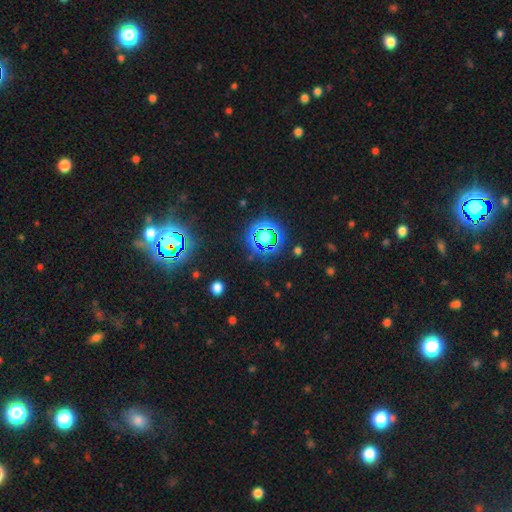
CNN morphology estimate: Smooth or featured? Predicted: star or artifact (p=0.81).